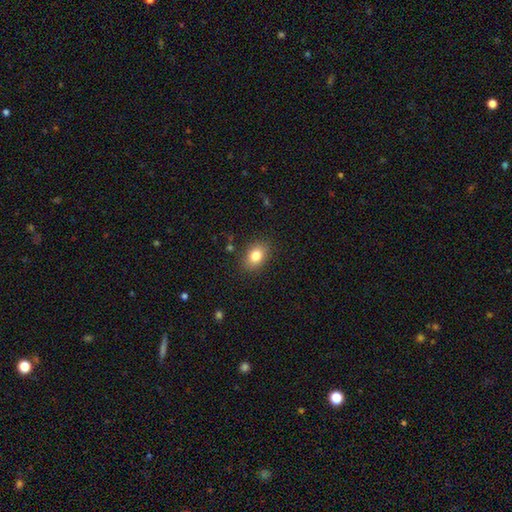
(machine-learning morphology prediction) smooth 82%, star or artifact 9%, featured or disk 9%. Down the decision tree: how rounded — in between (76%); merging — none (86%).